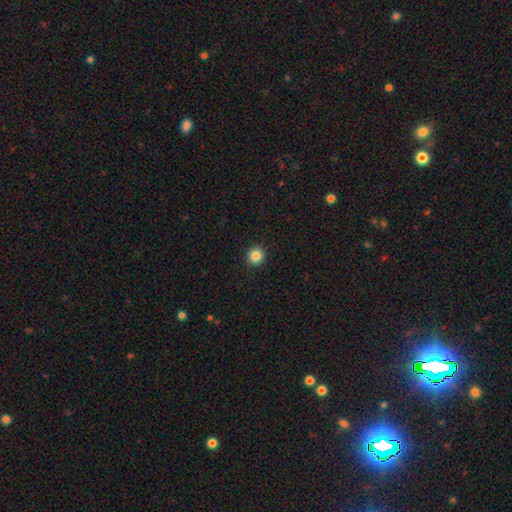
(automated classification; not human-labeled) A smooth galaxy with no disk features (85%) that is round (92%).

Vote fractions:
- Smooth or featured? smooth: 85% / star or artifact: 10% / featured or disk: 4%
- How rounded? round: 92% / in between: 7% / cigar-shaped: 1%
- Merging? none: 92% / minor disturbance: 5% / major disturbance: 2% / merger: 1%